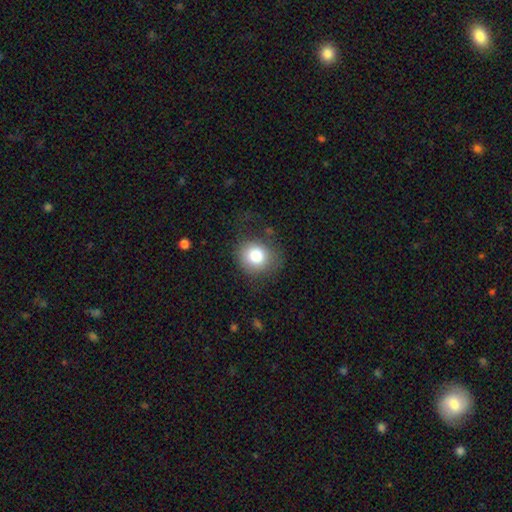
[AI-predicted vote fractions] Q: Smooth or featured?
A: smooth (83%); runner-up: star or artifact (9%)
Q: How rounded?
A: round (80%); runner-up: in between (19%)
Q: Merging?
A: none (71%); runner-up: minor disturbance (18%)